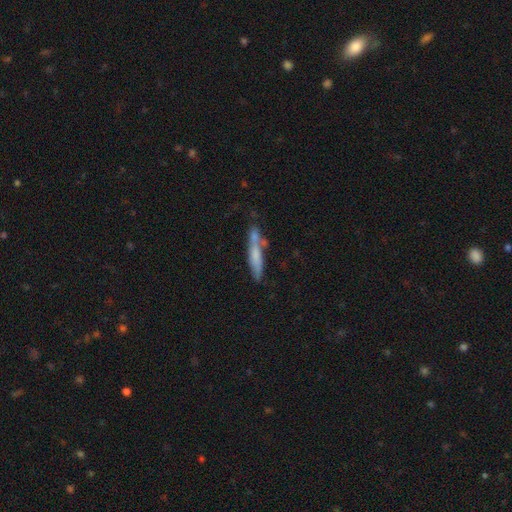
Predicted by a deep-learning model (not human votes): smooth_or_featured: smooth (p=0.63) [alt: featured or disk p=0.30]
how_rounded: cigar-shaped (p=0.86) [alt: in between p=0.12]
merging: none (p=0.54) [alt: merger p=0.21]